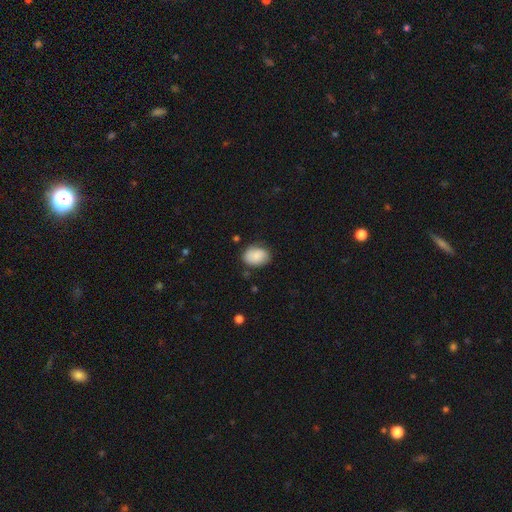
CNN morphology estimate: This appears to be a smooth galaxy with no disk features (85%) that is in between round and cigar-shaped (74%). Merging: none (75%).